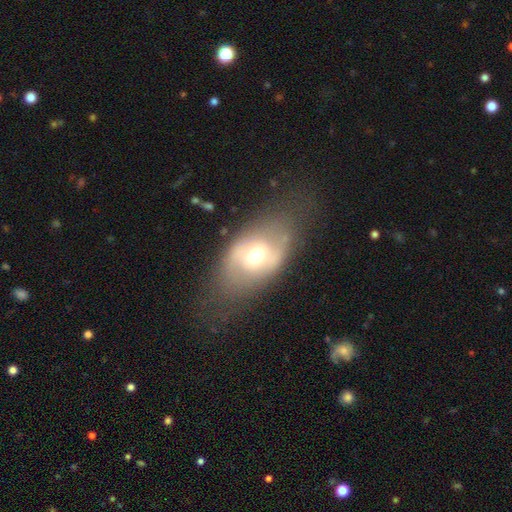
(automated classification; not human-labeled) Smooth or featured?
  - featured or disk: 53% *
  - smooth: 39%
  - star or artifact: 9%
Edge-on disk?
  - no: 91% *
  - yes: 9%
Merging?
  - none: 64% *
  - minor disturbance: 22%
  - major disturbance: 13%
  - merger: 2%